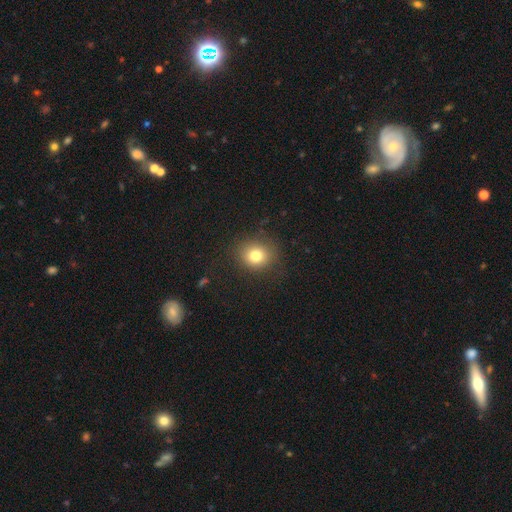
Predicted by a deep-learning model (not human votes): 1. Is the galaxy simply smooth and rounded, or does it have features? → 79% smooth, 13% star or artifact, 9% featured or disk.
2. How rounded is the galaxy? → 80% round, 19% in between, 1% cigar-shaped.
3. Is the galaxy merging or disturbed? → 85% none, 10% minor disturbance, 4% major disturbance, 1% merger.